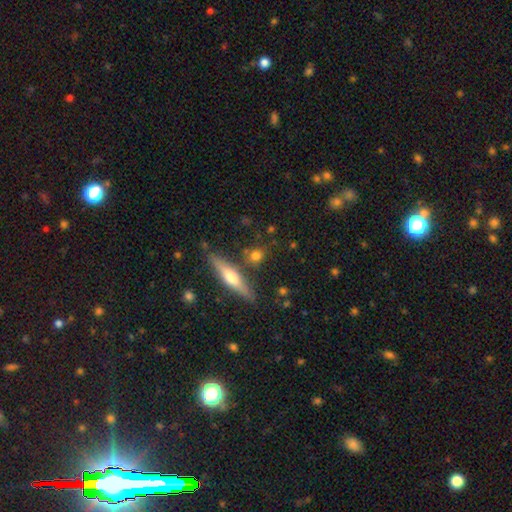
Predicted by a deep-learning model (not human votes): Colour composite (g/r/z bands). It shows a smooth galaxy with no disk features (66%) that is round (57%). Merging: none (77%).